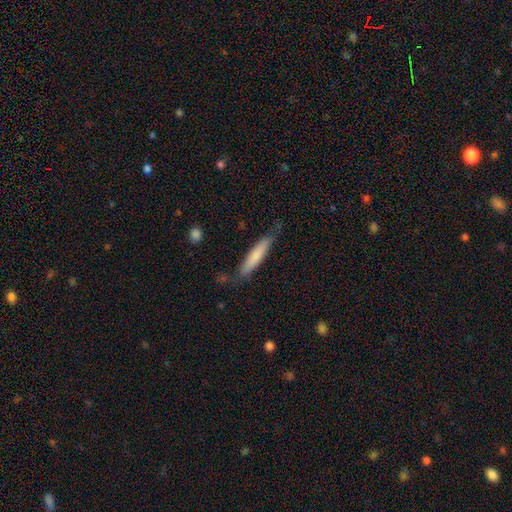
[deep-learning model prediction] A smooth galaxy with no disk features (74%) that is cigar-shaped (89%). Merging: none (78%).